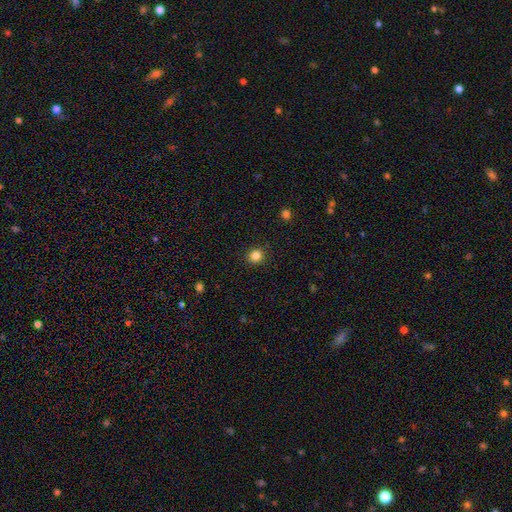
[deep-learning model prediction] smooth_or_featured: smooth (p=0.84) [alt: star or artifact p=0.12]
how_rounded: round (p=0.92) [alt: in between p=0.07]
merging: none (p=0.91) [alt: minor disturbance p=0.06]